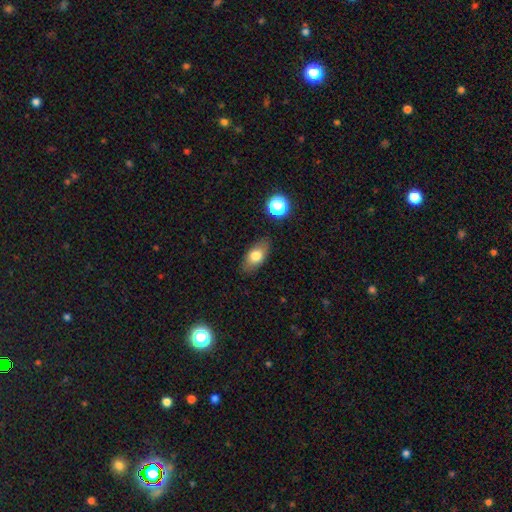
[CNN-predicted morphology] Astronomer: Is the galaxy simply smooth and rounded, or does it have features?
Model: smooth — 75%.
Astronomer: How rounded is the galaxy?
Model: in between — 86%.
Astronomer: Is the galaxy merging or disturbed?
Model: none — 84%.